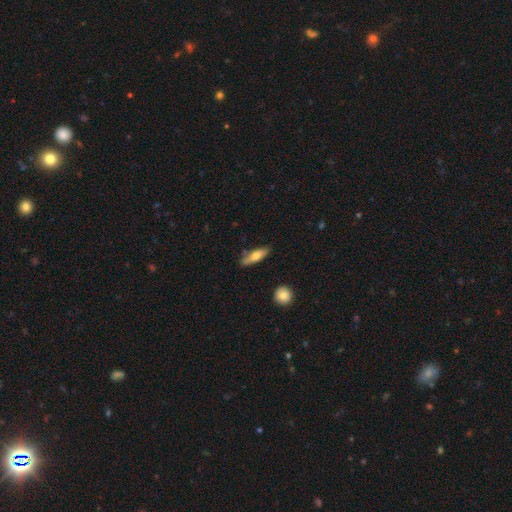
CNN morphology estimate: This appears to be a smooth galaxy with no disk features (66%) that is cigar-shaped (55%). Merging: none (76%).